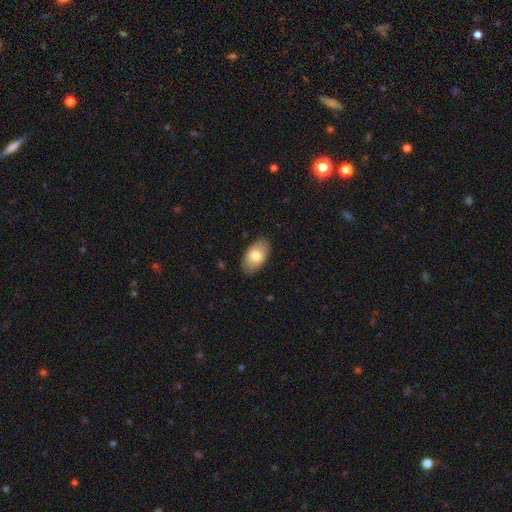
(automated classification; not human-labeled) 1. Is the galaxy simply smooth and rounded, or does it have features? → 76% smooth, 18% featured or disk, 6% star or artifact.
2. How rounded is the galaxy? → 94% in between, 4% round, 2% cigar-shaped.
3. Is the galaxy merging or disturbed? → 86% none, 11% minor disturbance, 2% major disturbance, 1% merger.